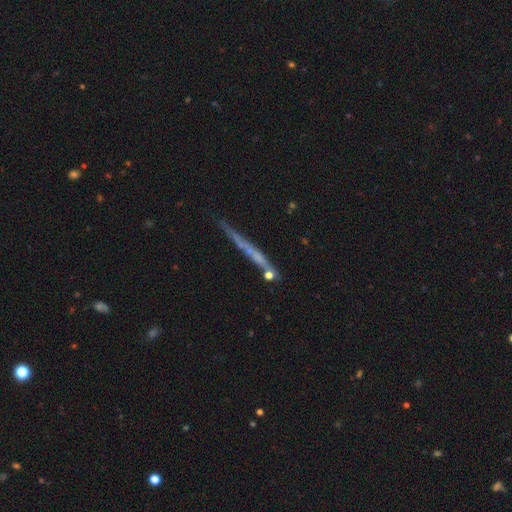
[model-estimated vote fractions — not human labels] Smooth or featured? Predicted: featured or disk (p=0.52). Edge-on disk? Predicted: yes (p=0.93). Merging? Predicted: none (p=0.75).